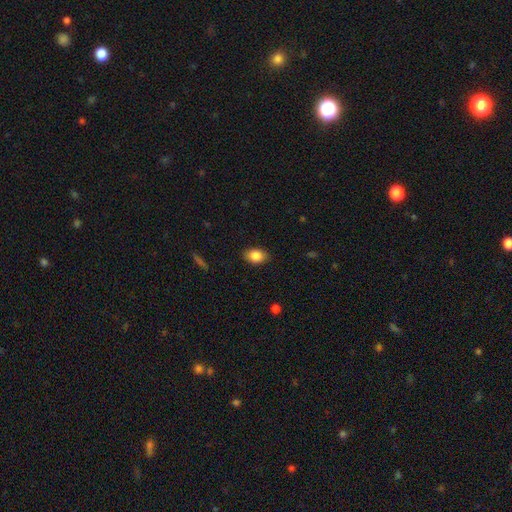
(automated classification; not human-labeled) Q: Smooth or featured?
A: smooth (85%); runner-up: star or artifact (8%)
Q: How rounded?
A: in between (81%); runner-up: round (18%)
Q: Merging?
A: none (86%); runner-up: minor disturbance (10%)